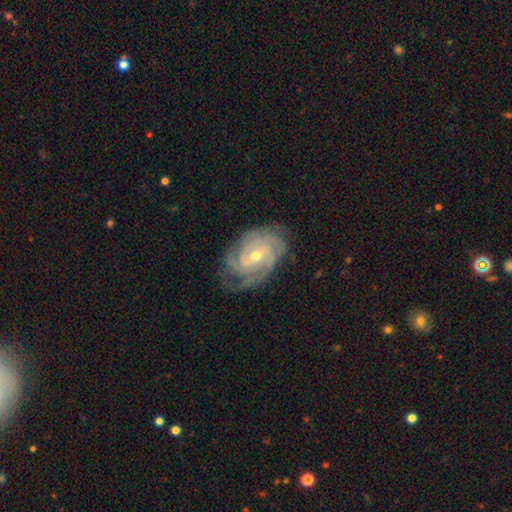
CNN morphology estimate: The model was most divided on "spiral arm count": 3: 29%, can't tell: 23%, 4: 22%, 2: 14%, more than 4: 7%, 1: 6%. More confident: spiral arms — yes (98%); edge-on disk — no (97%); smooth or featured — featured or disk (89%); merging — none (73%); spiral winding — tight (69%); bulge size — small (55%); bar — no (53%).